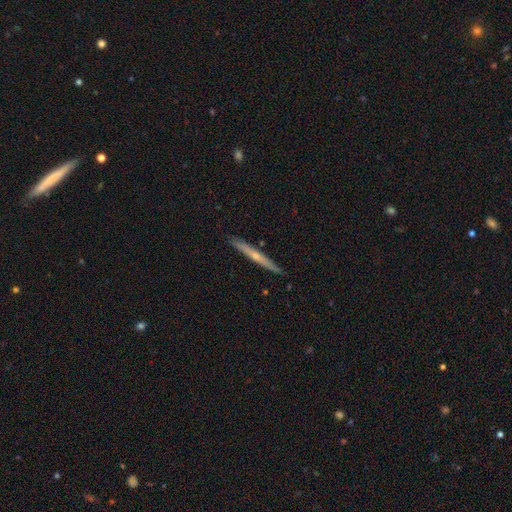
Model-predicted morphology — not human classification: Q: Smooth or featured?
A: featured or disk (62%); runner-up: smooth (32%)
Q: Edge-on disk?
A: yes (96%); runner-up: no (4%)
Q: Edge-on bulge?
A: rounded (59%); runner-up: none (38%)
Q: Merging?
A: none (89%); runner-up: minor disturbance (8%)